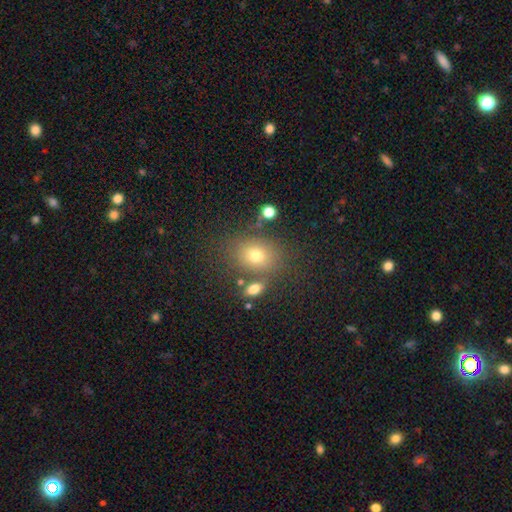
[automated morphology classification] Overall: smooth (72%). How rounded: in between (52%; round 47%). Merging: none (71%).